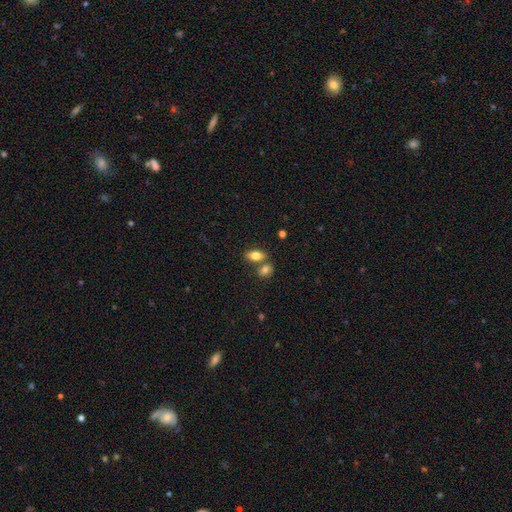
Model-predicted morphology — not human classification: Overall: smooth (75%). How rounded: in between (85%). Merging: none (62%; merger 25%).